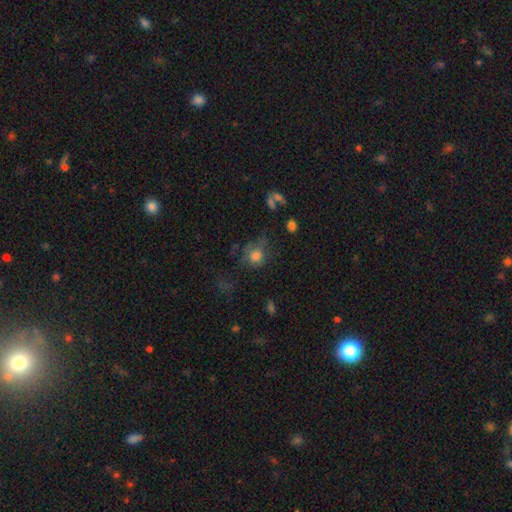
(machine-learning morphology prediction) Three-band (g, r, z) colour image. It shows a smooth galaxy with no disk features (71%) that is round (74%). Merging: none (48%).